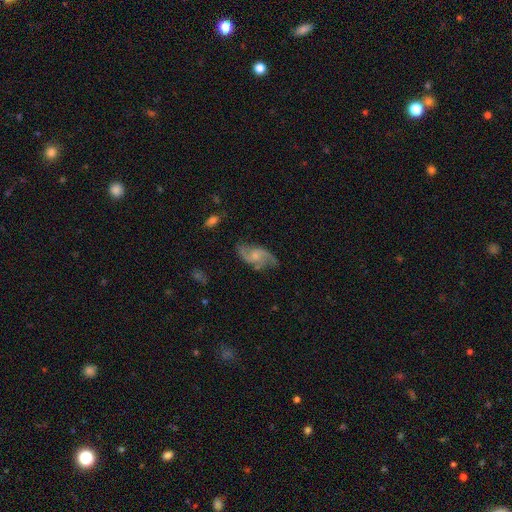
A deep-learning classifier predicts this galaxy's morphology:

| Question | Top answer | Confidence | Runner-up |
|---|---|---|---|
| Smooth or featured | featured or disk | 82% | smooth (12%) |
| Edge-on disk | no | 97% | yes (3%) |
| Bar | no | 58% | weak (36%) |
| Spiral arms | yes | 95% | no (5%) |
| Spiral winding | loose | 53% | medium (37%) |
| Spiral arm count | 2 | 86% | 3 (5%) |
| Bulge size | small | 54% | moderate (33%) |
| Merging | none | 68% | minor disturbance (21%) |